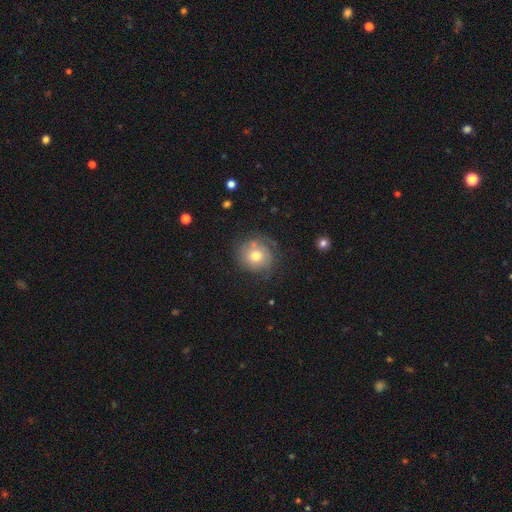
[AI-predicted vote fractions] The model was most divided on "smooth or featured": smooth: 56%, featured or disk: 34%, star or artifact: 9%. More confident: how rounded — round (87%); merging — none (67%).